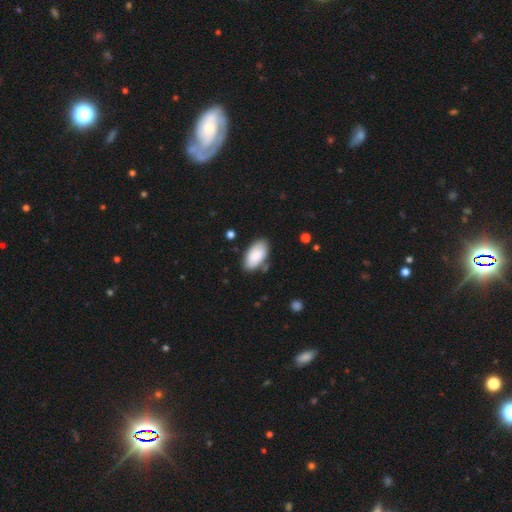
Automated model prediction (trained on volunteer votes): A smooth galaxy with no disk features (86%) that is in between round and cigar-shaped (95%). Merging: none (78%).